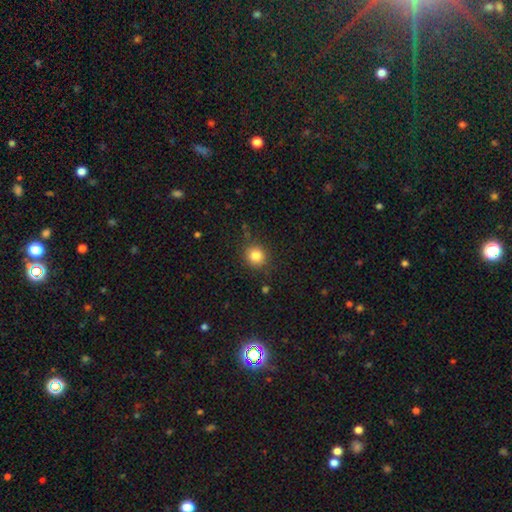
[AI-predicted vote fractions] Smooth or featured?
  - smooth: 83% *
  - star or artifact: 12%
  - featured or disk: 6%
How rounded?
  - round: 88% *
  - in between: 11%
  - cigar-shaped: 1%
Merging?
  - none: 86% *
  - minor disturbance: 10%
  - major disturbance: 3%
  - merger: 2%